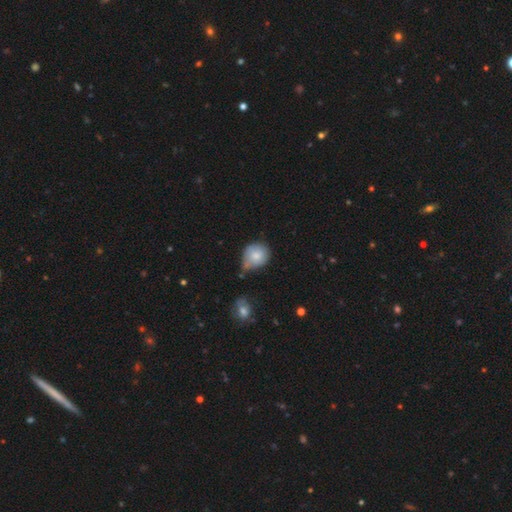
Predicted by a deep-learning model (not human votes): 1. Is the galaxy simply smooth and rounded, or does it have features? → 77% smooth, 15% featured or disk, 8% star or artifact.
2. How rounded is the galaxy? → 72% round, 27% in between, 1% cigar-shaped.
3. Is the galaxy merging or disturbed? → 40% none, 39% minor disturbance, 11% major disturbance, 10% merger.